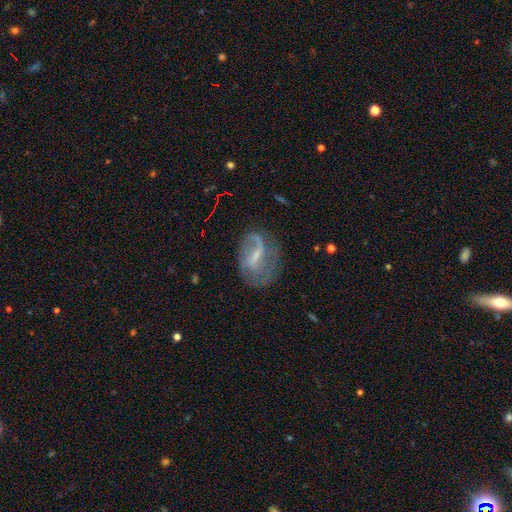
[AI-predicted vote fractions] This appears to be a featured or disk galaxy (68%) with a weak bar (50%), spiral arms (73%) and a small central bulge (51%). Merging: none (52%).